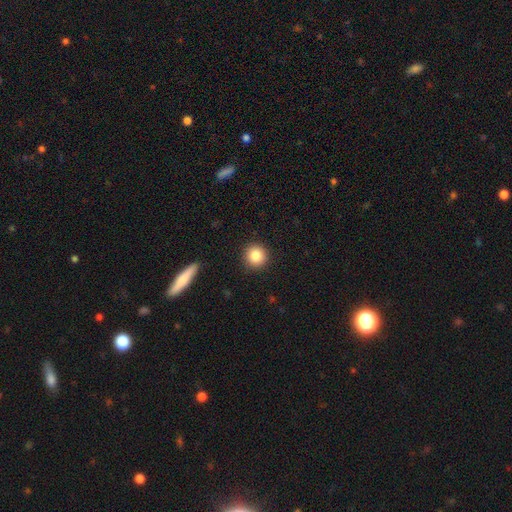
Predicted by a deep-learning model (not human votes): Smooth or featured? smooth (86%)
How rounded? round (93%)
Merging? none (91%)